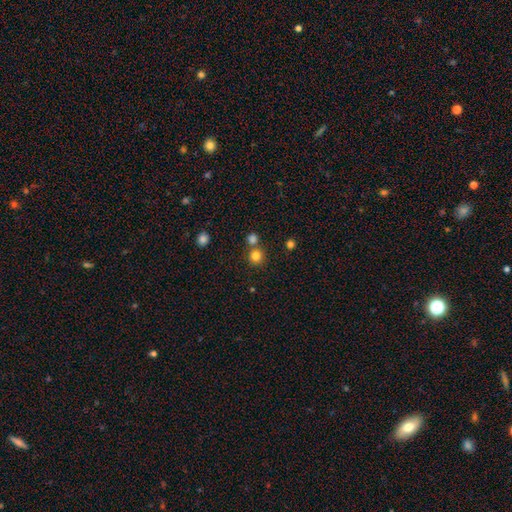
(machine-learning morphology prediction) smooth_or_featured: smooth (p=0.80) [alt: star or artifact p=0.14]
how_rounded: round (p=0.93) [alt: in between p=0.07]
merging: none (p=0.70) [alt: merger p=0.21]